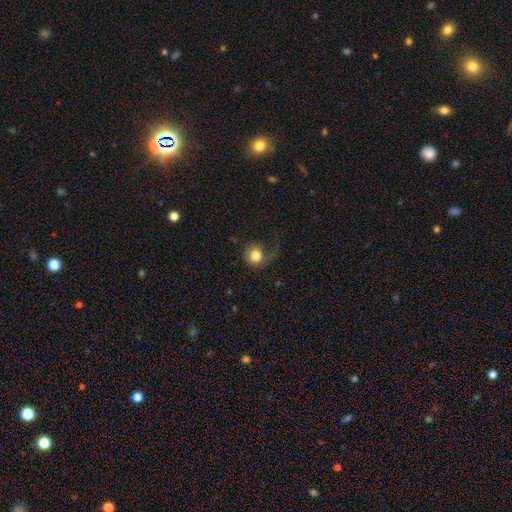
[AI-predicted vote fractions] Smooth or featured: smooth — 77% (featured or disk — 14%)
How rounded: round — 82% (in between — 17%)
Merging: none — 46% (major disturbance — 31%)